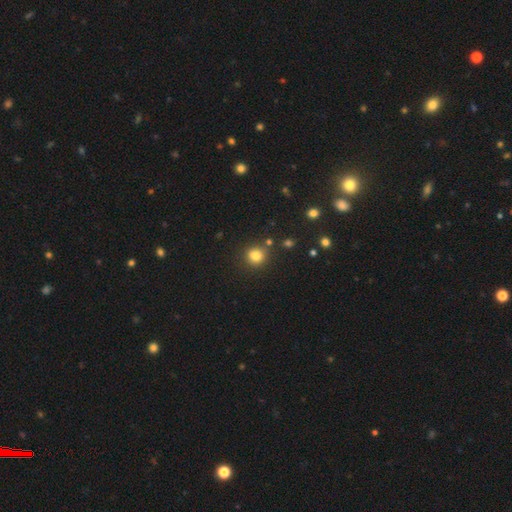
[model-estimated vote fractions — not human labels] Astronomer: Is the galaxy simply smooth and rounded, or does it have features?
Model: smooth — 82%.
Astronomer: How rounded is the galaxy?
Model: round — 84%.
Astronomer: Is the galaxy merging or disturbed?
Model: none — 79%.